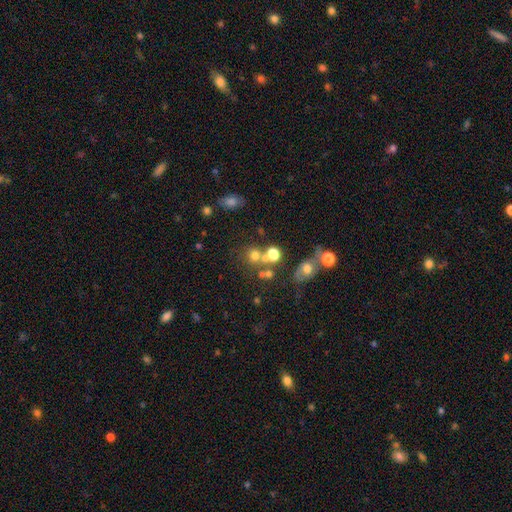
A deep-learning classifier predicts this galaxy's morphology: Overall: smooth (64%). How rounded: round (83%). Merging: none (56%; merger 28%).